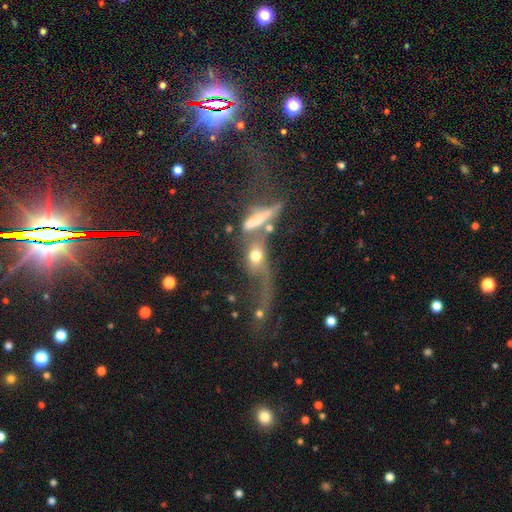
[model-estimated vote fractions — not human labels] Smooth or featured: smooth — 46% (featured or disk — 41%)
Merging: merger — 57% (major disturbance — 23%)